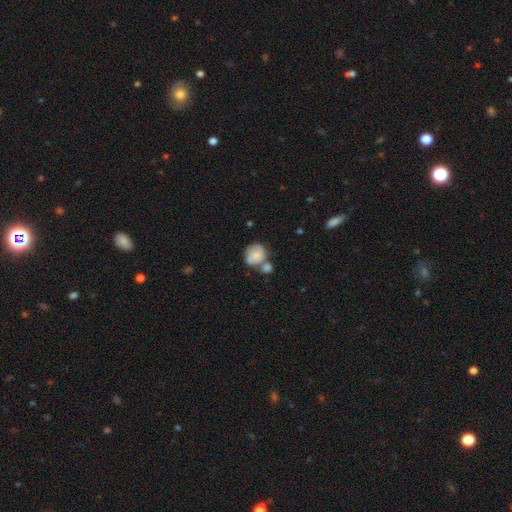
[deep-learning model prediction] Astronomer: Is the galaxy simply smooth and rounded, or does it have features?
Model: smooth — 71%.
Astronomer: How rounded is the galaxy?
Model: round — 77%.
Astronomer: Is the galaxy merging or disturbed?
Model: merger — 41% (runner-up: none, 35%).